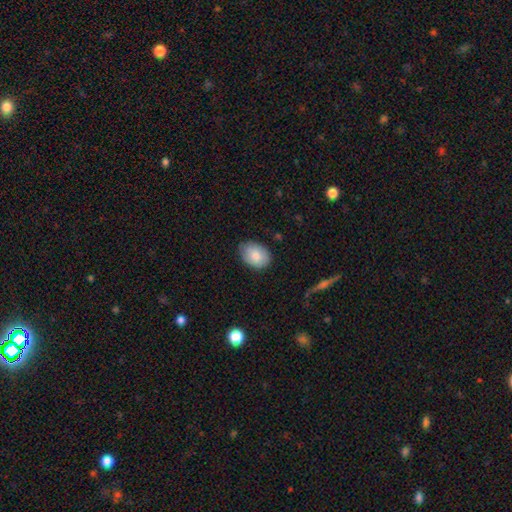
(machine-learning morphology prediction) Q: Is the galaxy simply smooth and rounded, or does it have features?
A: smooth — 83%.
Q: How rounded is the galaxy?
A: in between — 75%.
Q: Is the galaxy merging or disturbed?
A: none — 77%.